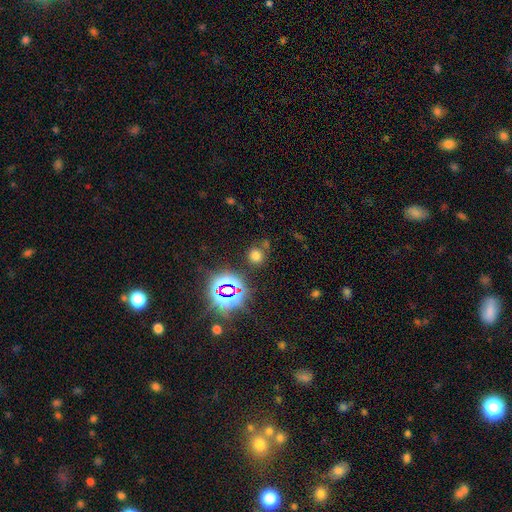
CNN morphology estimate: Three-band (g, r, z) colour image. It shows a smooth galaxy with no disk features (62%) that is round (87%). Merging: none (77%).